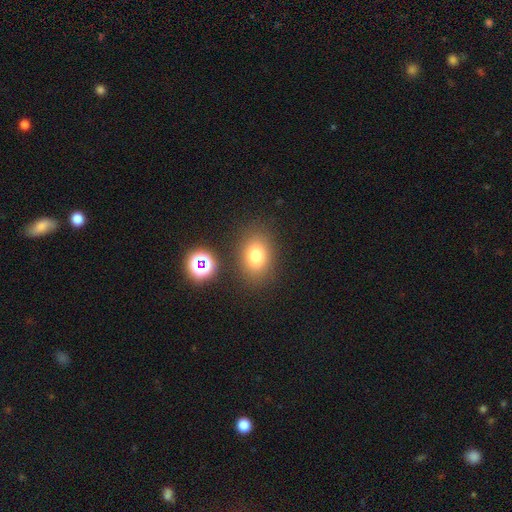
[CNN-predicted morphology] A smooth galaxy with no disk features (78%) that is in between round and cigar-shaped (67%).

Vote fractions:
- Smooth or featured? smooth: 78% / star or artifact: 13% / featured or disk: 8%
- How rounded? in between: 67% / round: 32% / cigar-shaped: 1%
- Merging? none: 82% / minor disturbance: 10% / merger: 4% / major disturbance: 4%